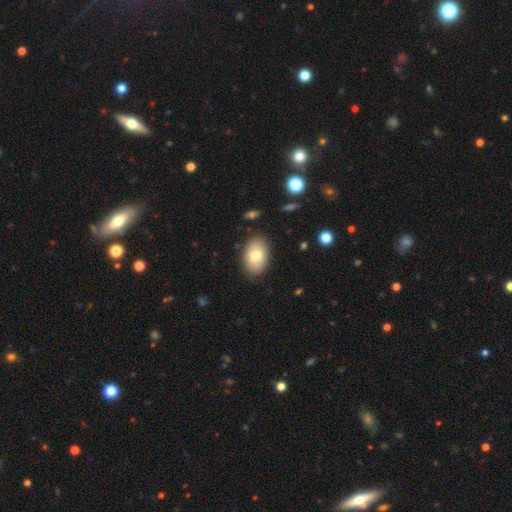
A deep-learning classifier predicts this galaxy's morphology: Smooth or featured? smooth (76%)
How rounded? in between (89%)
Merging? none (87%)